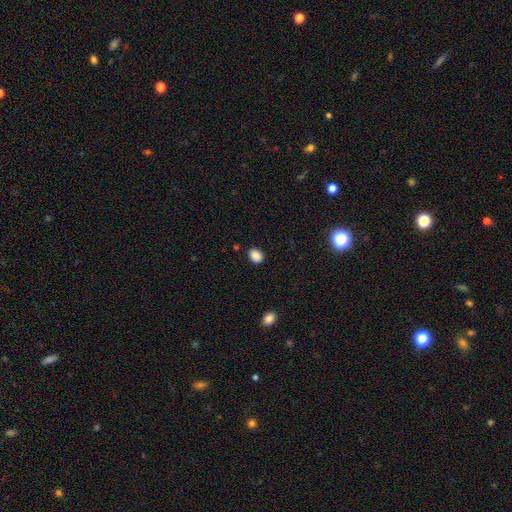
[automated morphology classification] smooth-or-featured: smooth: 87% | star or artifact: 10% | featured or disk: 3%
  how-rounded: in between: 59% | round: 40% | cigar-shaped: 1%
  merging: none: 87% | minor disturbance: 9% | major disturbance: 2% | merger: 1%